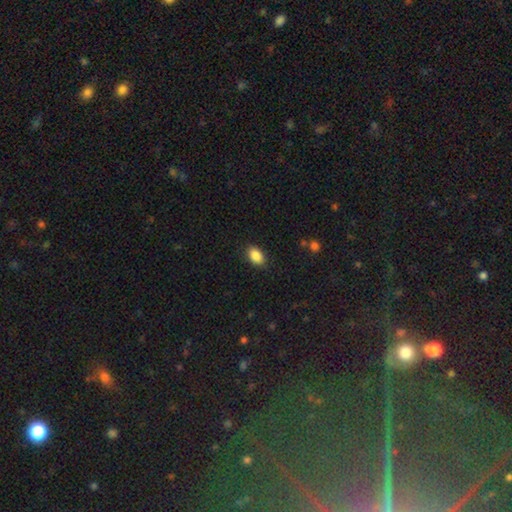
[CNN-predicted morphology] A smooth galaxy with no disk features (88%) that is in between round and cigar-shaped (88%).

Vote fractions:
- Smooth or featured? smooth: 88% / star or artifact: 8% / featured or disk: 4%
- How rounded? in between: 88% / round: 10% / cigar-shaped: 1%
- Merging? none: 87% / minor disturbance: 10% / major disturbance: 2% / merger: 1%